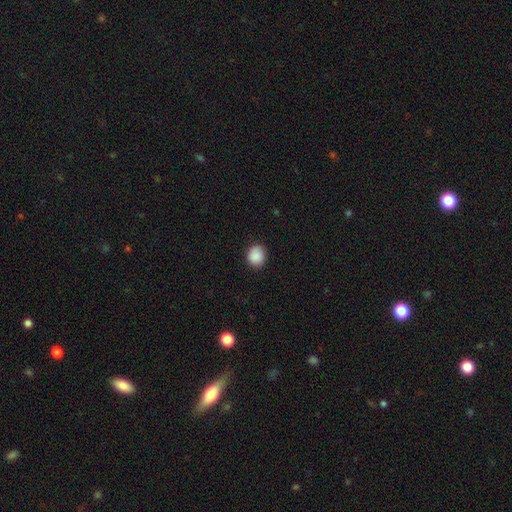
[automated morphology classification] A smooth galaxy with no disk features (89%) that is round (80%). Merging: none (88%).